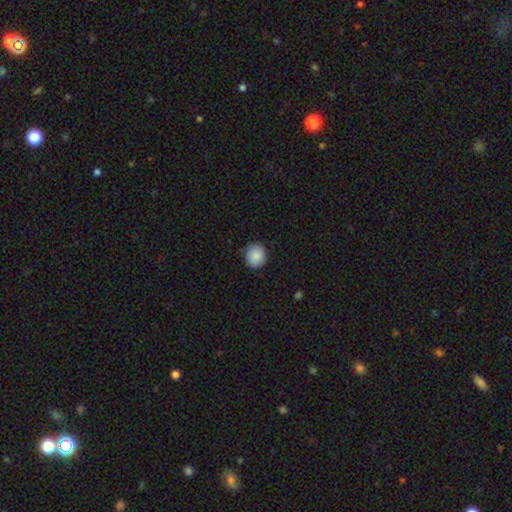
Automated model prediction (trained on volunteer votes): This appears to be a smooth galaxy with no disk features (89%) that is round (80%). Merging: none (89%).